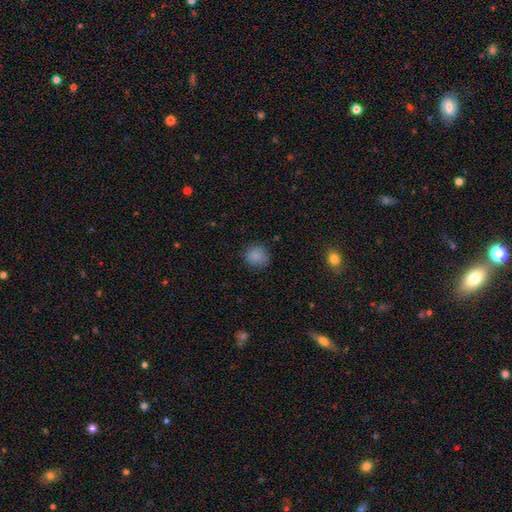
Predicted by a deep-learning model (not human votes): smooth_or_featured: smooth (p=0.85) [alt: star or artifact p=0.11]
how_rounded: round (p=0.86) [alt: in between p=0.13]
merging: none (p=0.83) [alt: minor disturbance p=0.13]